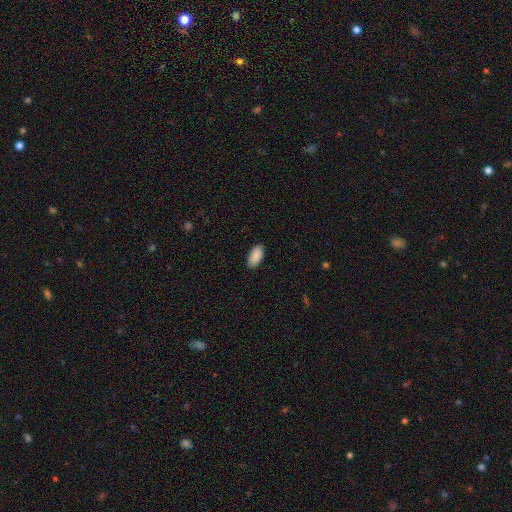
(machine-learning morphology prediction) smooth_or_featured: smooth (p=0.91) [alt: star or artifact p=0.06]
how_rounded: in between (p=0.94) [alt: cigar-shaped p=0.04]
merging: none (p=0.88) [alt: minor disturbance p=0.09]